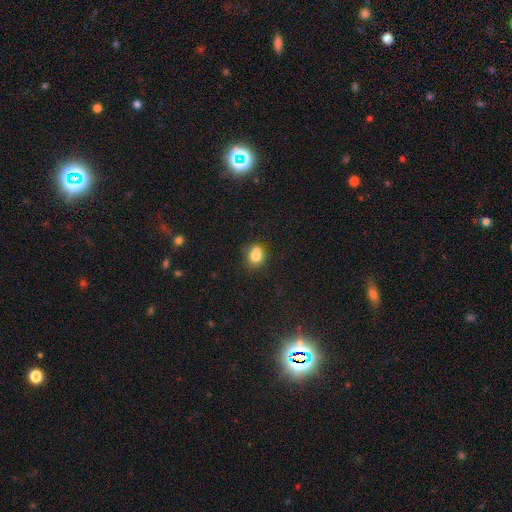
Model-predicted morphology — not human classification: Q: Smooth or featured?
A: smooth (78%); runner-up: star or artifact (12%)
Q: How rounded?
A: round (65%); runner-up: in between (34%)
Q: Merging?
A: none (59%); runner-up: minor disturbance (21%)